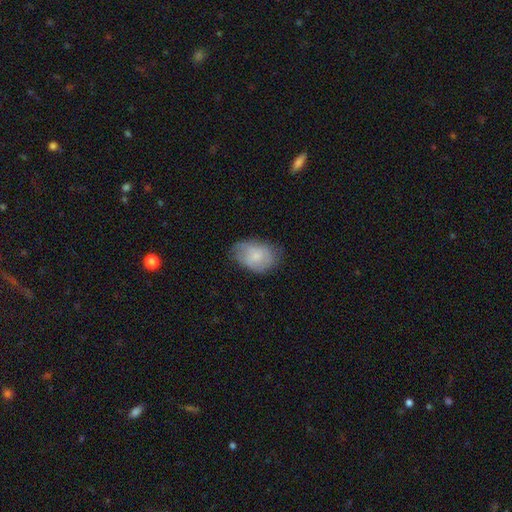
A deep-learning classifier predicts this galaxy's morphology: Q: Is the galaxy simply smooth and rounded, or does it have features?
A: smooth — 68%.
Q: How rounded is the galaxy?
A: in between — 80%.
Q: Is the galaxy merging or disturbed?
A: none — 61%.